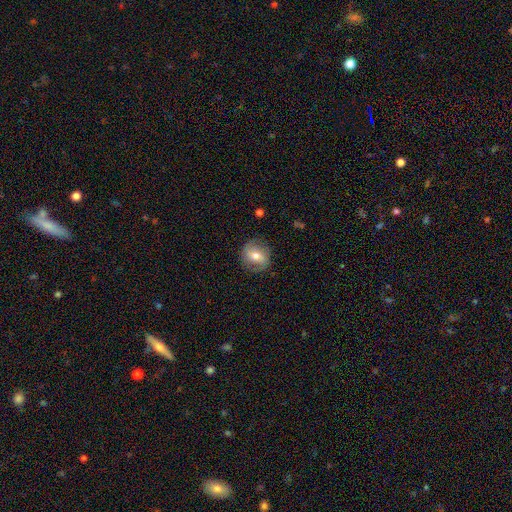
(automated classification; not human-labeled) A smooth galaxy with no disk features (48%).

Vote fractions:
- Smooth or featured? smooth: 48% / featured or disk: 44% / star or artifact: 8%
- Merging? none: 81% / minor disturbance: 13% / major disturbance: 5% / merger: 1%